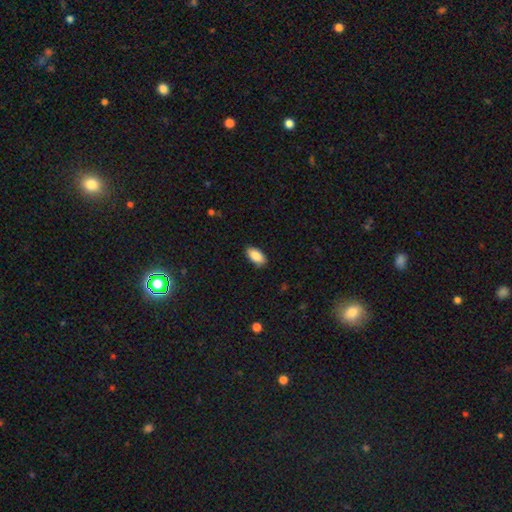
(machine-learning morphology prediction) smooth 87%, featured or disk 7%, star or artifact 7%. Down the decision tree: how rounded — in between (93%); merging — none (87%).